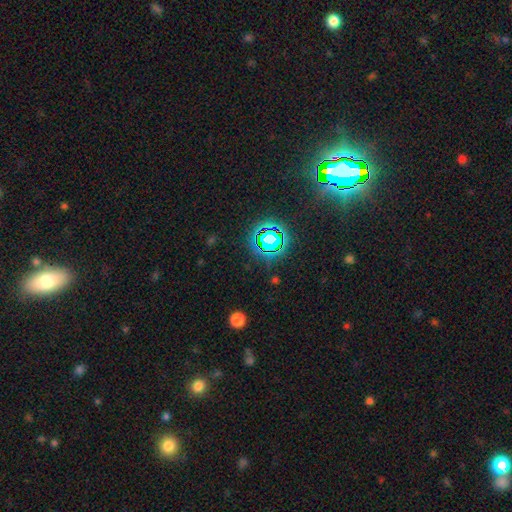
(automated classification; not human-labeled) Morphology: type=star or artifact (80%).